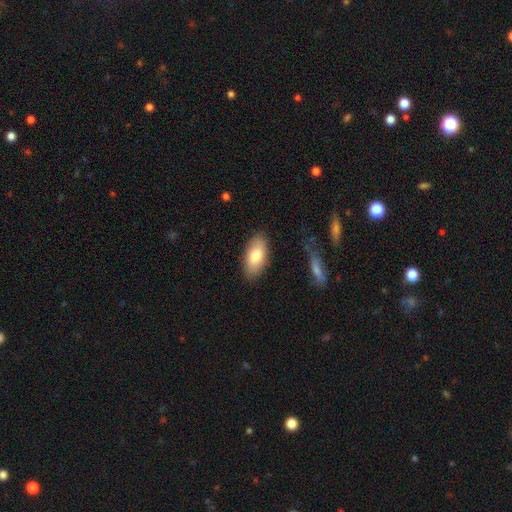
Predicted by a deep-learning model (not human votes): Overall: smooth (80%). How rounded: in between (92%). Merging: none (85%).